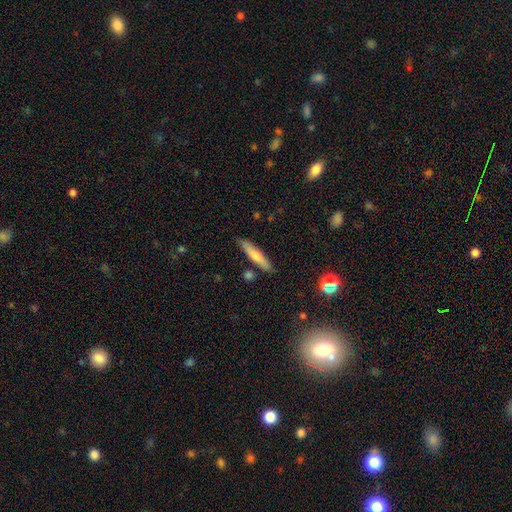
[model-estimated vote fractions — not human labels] smooth 68%, featured or disk 26%, star or artifact 6%. Down the decision tree: how rounded — cigar-shaped (87%); merging — none (85%).